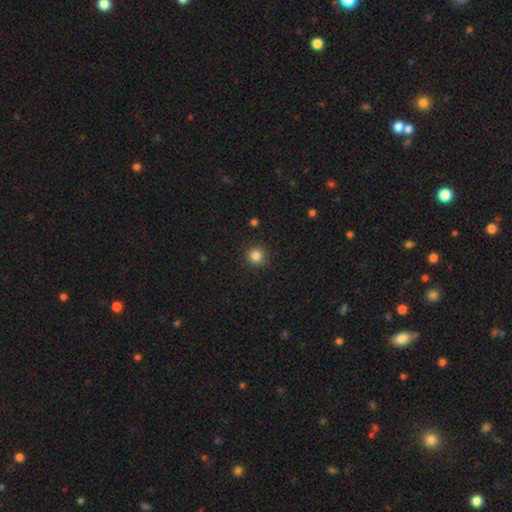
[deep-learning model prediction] The model was most divided on "smooth or featured": smooth: 84%, star or artifact: 12%, featured or disk: 4%. More confident: how rounded — round (95%); merging — none (91%).